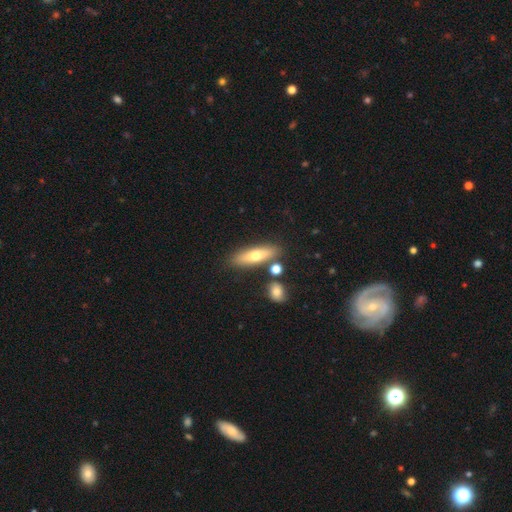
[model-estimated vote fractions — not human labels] Q: Smooth or featured?
A: smooth (60%); runner-up: featured or disk (33%)
Q: How rounded?
A: cigar-shaped (60%); runner-up: in between (37%)
Q: Merging?
A: none (79%); runner-up: minor disturbance (10%)